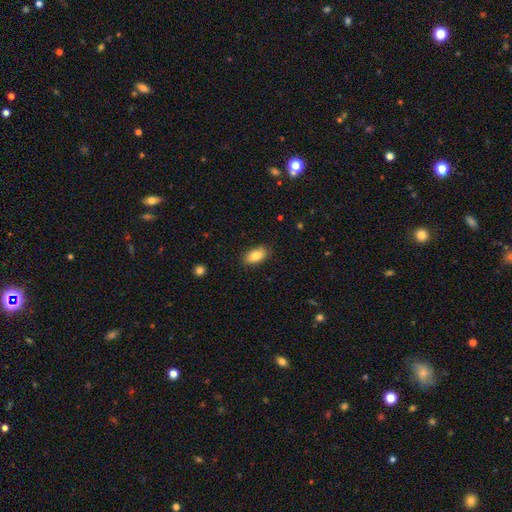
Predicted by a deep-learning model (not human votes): smooth_or_featured: smooth (p=0.85) [alt: featured or disk p=0.07]
how_rounded: in between (p=0.92) [alt: round p=0.05]
merging: none (p=0.86) [alt: minor disturbance p=0.11]